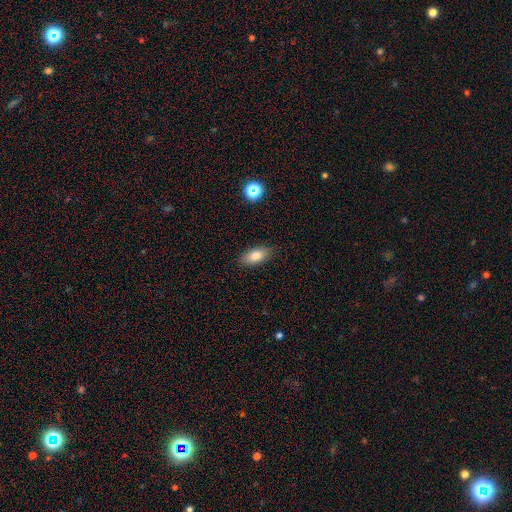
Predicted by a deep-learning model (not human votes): smooth_or_featured: smooth (p=0.80) [alt: featured or disk p=0.11]
how_rounded: in between (p=0.88) [alt: cigar-shaped p=0.08]
merging: none (p=0.87) [alt: minor disturbance p=0.10]